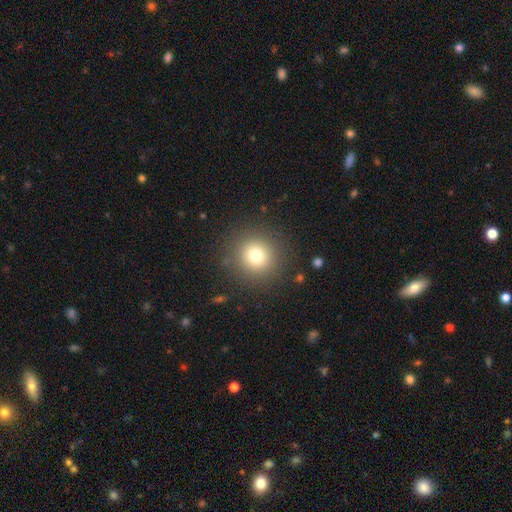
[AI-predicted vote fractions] smooth-or-featured: smooth: 75% | star or artifact: 15% | featured or disk: 10%
  how-rounded: round: 94% | in between: 5% | cigar-shaped: 1%
  merging: none: 88% | minor disturbance: 7% | major disturbance: 4% | merger: 1%